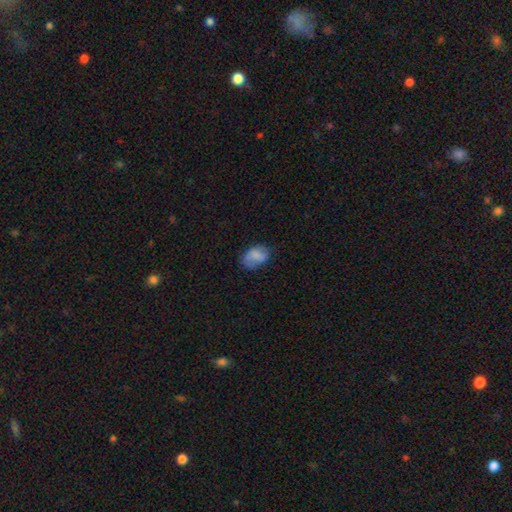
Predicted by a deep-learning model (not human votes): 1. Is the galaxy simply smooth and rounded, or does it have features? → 79% smooth, 12% featured or disk, 9% star or artifact.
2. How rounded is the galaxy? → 83% in between, 16% round, 1% cigar-shaped.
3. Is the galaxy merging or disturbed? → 59% none, 29% minor disturbance, 10% major disturbance, 2% merger.